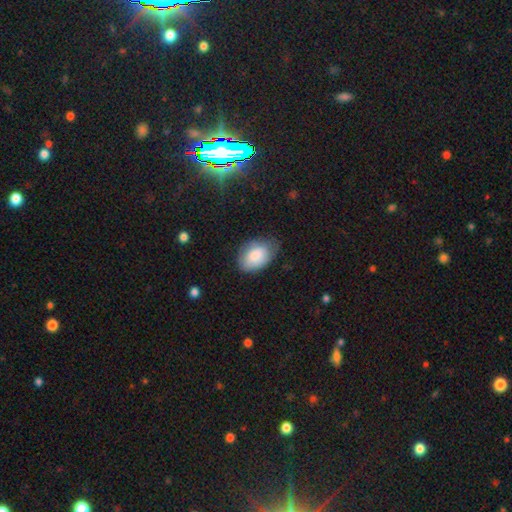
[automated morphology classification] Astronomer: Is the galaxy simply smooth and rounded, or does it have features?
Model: smooth — 82%.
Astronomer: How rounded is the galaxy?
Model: in between — 87%.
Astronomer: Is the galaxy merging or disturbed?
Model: none — 58%.